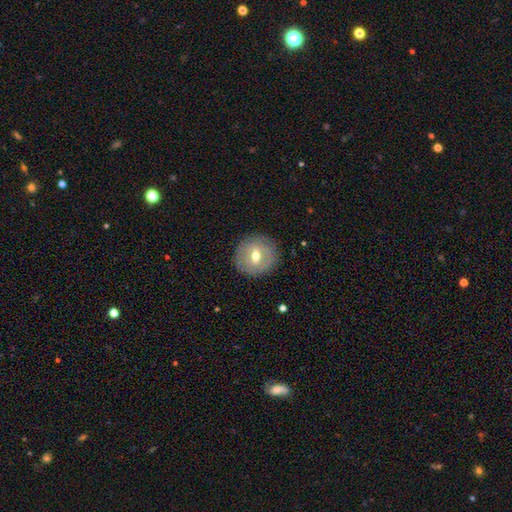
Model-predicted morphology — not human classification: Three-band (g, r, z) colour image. It shows a smooth galaxy with no disk features (46%, tied with featured or disk). Merging: none (87%).